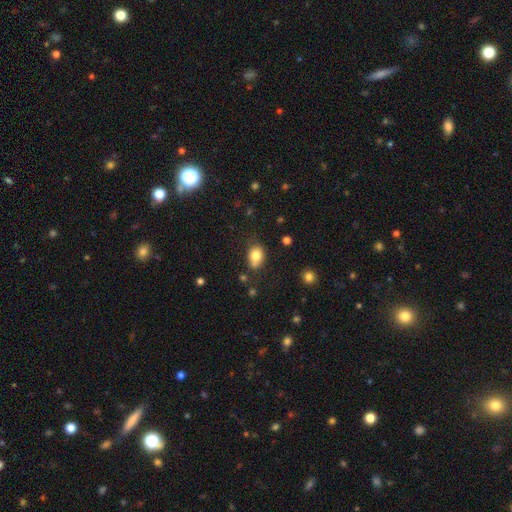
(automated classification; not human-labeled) This is likely a smooth galaxy (80%). How rounded: likely in between (71%). Merging: likely none (61%).